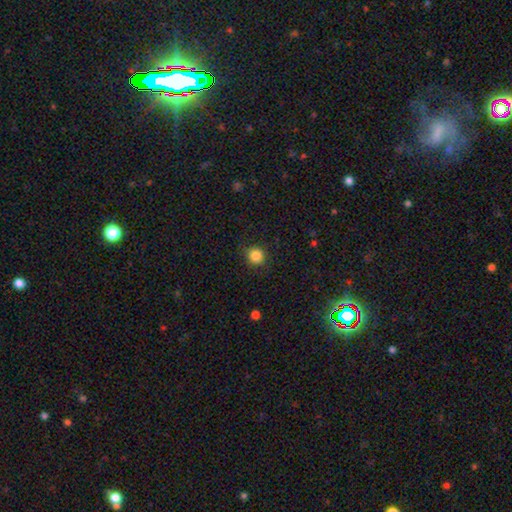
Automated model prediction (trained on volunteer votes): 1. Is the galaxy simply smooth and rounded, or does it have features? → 85% smooth, 11% star or artifact, 4% featured or disk.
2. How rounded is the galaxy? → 91% round, 8% in between, 1% cigar-shaped.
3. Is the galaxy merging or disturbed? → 89% none, 7% minor disturbance, 2% major disturbance, 1% merger.